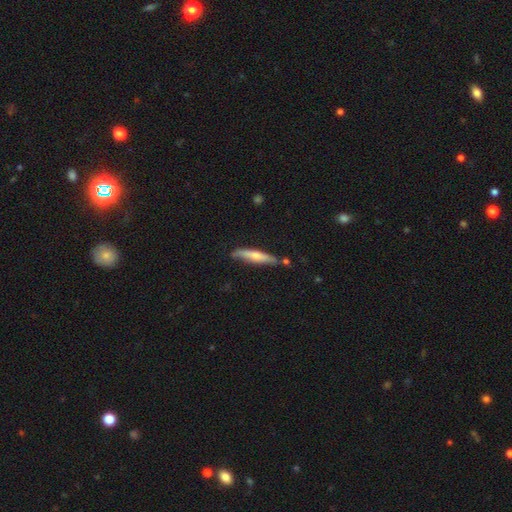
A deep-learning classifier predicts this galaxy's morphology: Smooth or featured?
  - smooth: 55% *
  - featured or disk: 40%
  - star or artifact: 5%
How rounded?
  - cigar-shaped: 88% *
  - in between: 10%
  - round: 2%
Merging?
  - none: 72% *
  - minor disturbance: 19%
  - merger: 6%
  - major disturbance: 3%